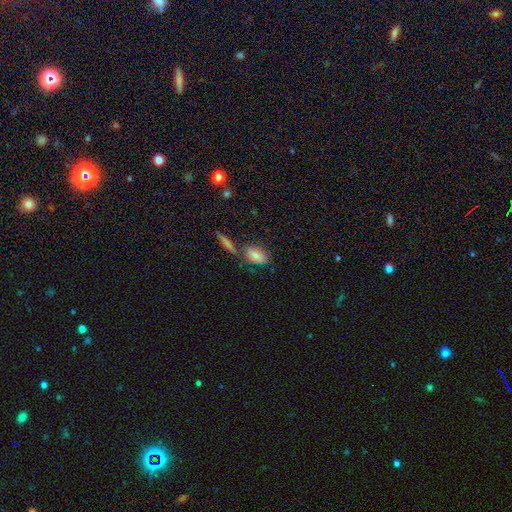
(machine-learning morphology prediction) smooth-or-featured: smooth: 72% | featured or disk: 19% | star or artifact: 9%
  how-rounded: in between: 85% | round: 10% | cigar-shaped: 6%
  merging: none: 62% | merger: 19% | minor disturbance: 14% | major disturbance: 4%